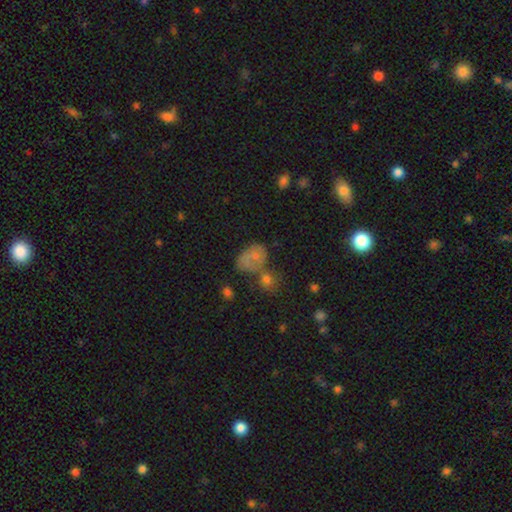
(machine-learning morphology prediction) Overall: smooth (55%; featured or disk 24%). How rounded: in between (68%; round 31%). Merging: none (36%; merger 28%).